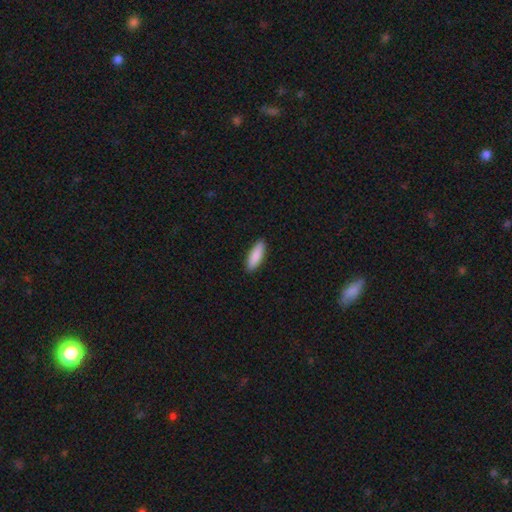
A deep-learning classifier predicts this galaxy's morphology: A smooth galaxy with no disk features (89%) that is in between round and cigar-shaped (51%).

Vote fractions:
- Smooth or featured? smooth: 89% / featured or disk: 6% / star or artifact: 5%
- How rounded? in between: 51% / cigar-shaped: 47% / round: 2%
- Merging? none: 90% / minor disturbance: 7% / major disturbance: 2% / merger: 1%